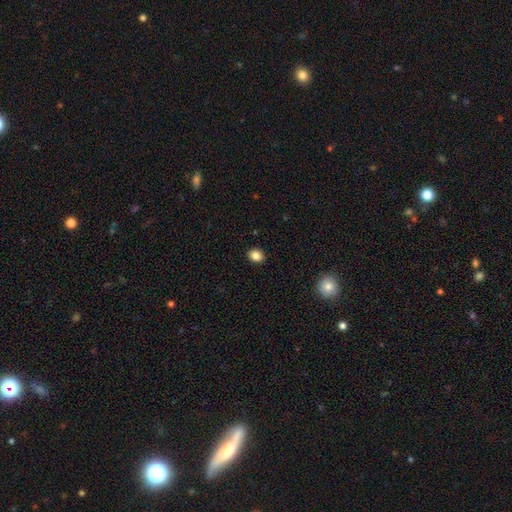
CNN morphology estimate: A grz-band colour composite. It shows a smooth galaxy with no disk features (85%) that is round (53%). Merging: none (91%).